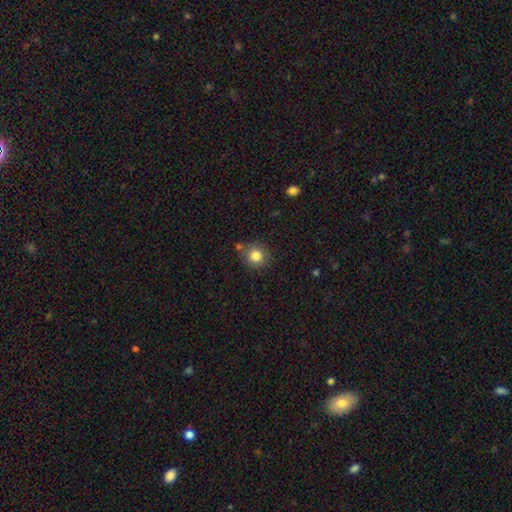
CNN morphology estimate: Smooth or featured?
  - smooth: 83% *
  - star or artifact: 11%
  - featured or disk: 6%
How rounded?
  - round: 91% *
  - in between: 8%
  - cigar-shaped: 1%
Merging?
  - none: 77% *
  - minor disturbance: 12%
  - merger: 8%
  - major disturbance: 3%